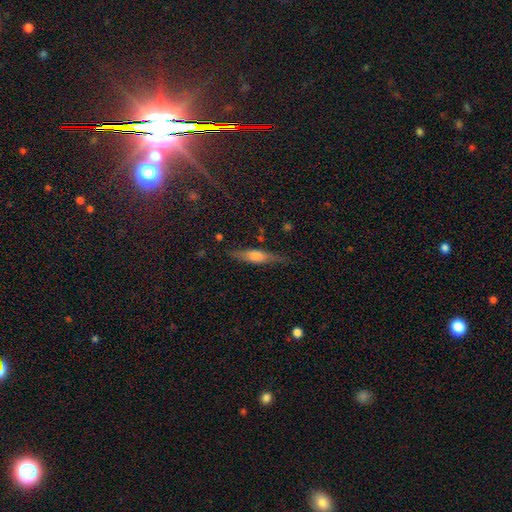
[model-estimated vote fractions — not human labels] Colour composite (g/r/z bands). It shows a featured or disk galaxy (60%) viewed edge-on (94%) with a rounded central bulge (78%). Merging: none (83%).